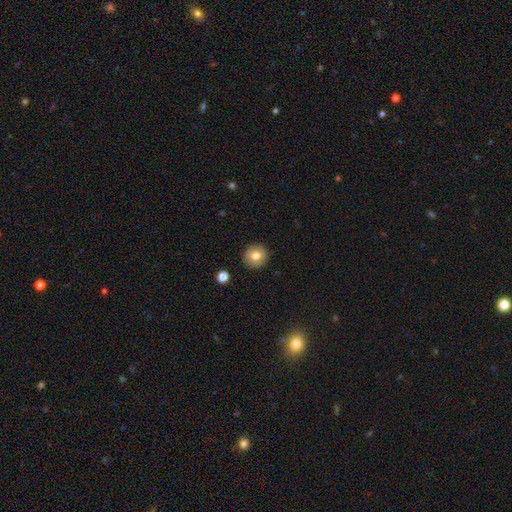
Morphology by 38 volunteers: A smooth galaxy with no disk features (87%) that is round (97%). Merging: none (89%).